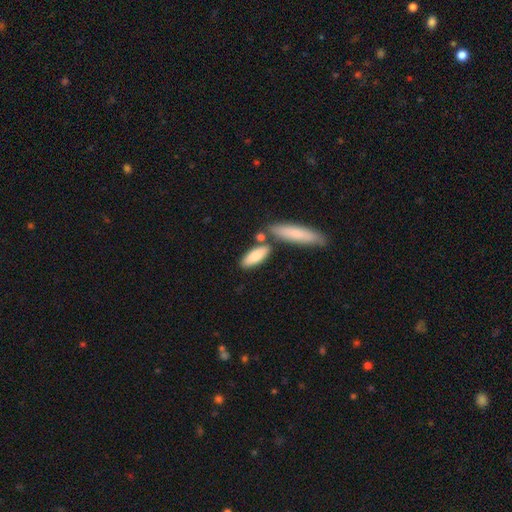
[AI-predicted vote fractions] smooth 79%, featured or disk 15%, star or artifact 5%. Down the decision tree: how rounded — in between (64%); merging — none (65%).